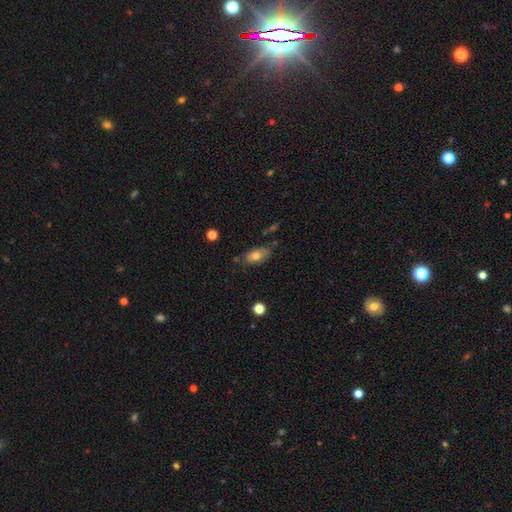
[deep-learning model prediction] smooth_or_featured: smooth (p=0.71) [alt: featured or disk p=0.21]
how_rounded: in between (p=0.90) [alt: round p=0.05]
merging: none (p=0.71) [alt: minor disturbance p=0.20]